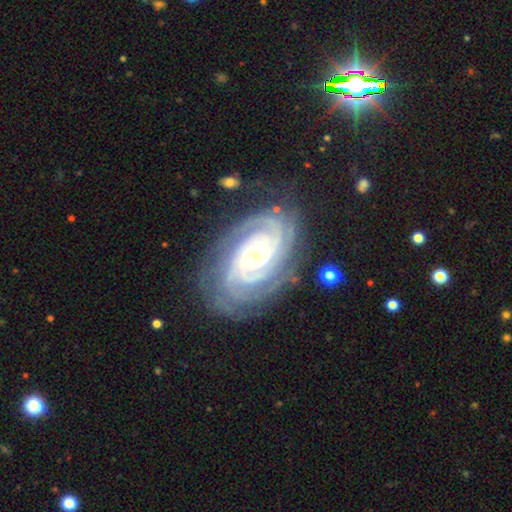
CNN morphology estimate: smooth-or-featured: featured or disk: 92% | star or artifact: 5% | smooth: 3%
  disk-edge-on: no: 97% | yes: 3%
    bar: weak: 42% | no: 34% | strong: 24%
    has-spiral-arms: yes: 99% | no: 1%
      spiral-winding: tight: 81% | medium: 17% | loose: 2%
      spiral-arm-count: 3: 26% | 4: 24% | 2: 18% | can't tell: 16% | more than 4: 11% | 1: 7%
    bulge-size: moderate: 52% | small: 42% | large: 4% | none: 1% | dominant: 1%
  merging: none: 78% | minor disturbance: 16% | major disturbance: 5% | merger: 1%